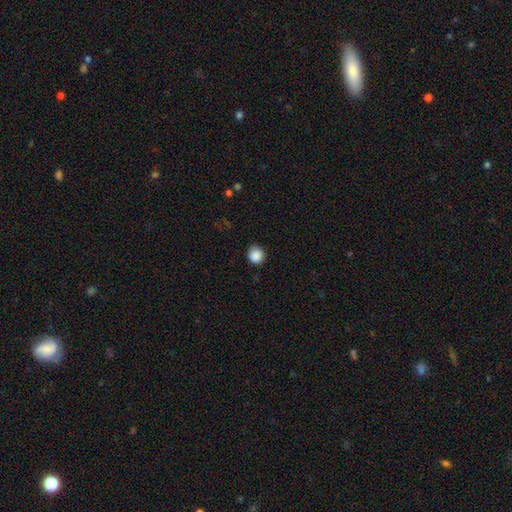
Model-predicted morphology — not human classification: smooth_or_featured: smooth (p=0.88) [alt: star or artifact p=0.10]
how_rounded: round (p=0.91) [alt: in between p=0.08]
merging: none (p=0.82) [alt: minor disturbance p=0.14]